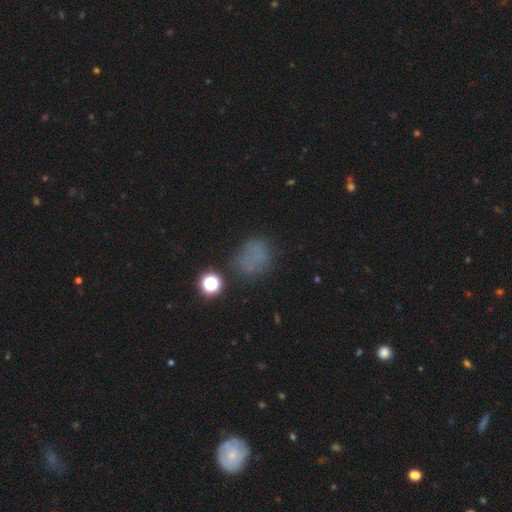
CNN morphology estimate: smooth-or-featured: smooth: 61% | star or artifact: 27% | featured or disk: 13%
  how-rounded: round: 57% | in between: 41% | cigar-shaped: 2%
  merging: none: 62% | minor disturbance: 19% | major disturbance: 11% | merger: 7%